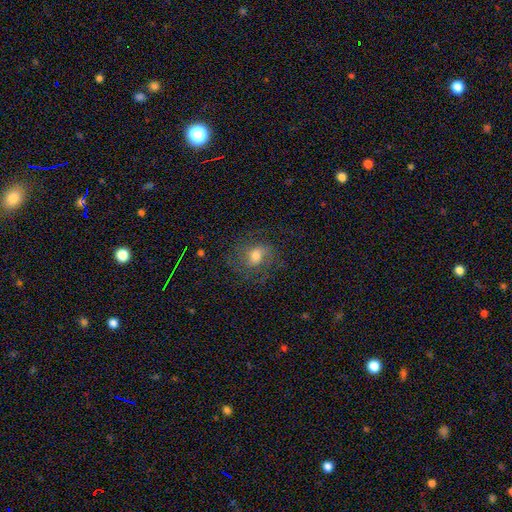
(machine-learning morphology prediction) featured or disk 50%, smooth 37%, star or artifact 13%. Down the decision tree: merging — none (65%).